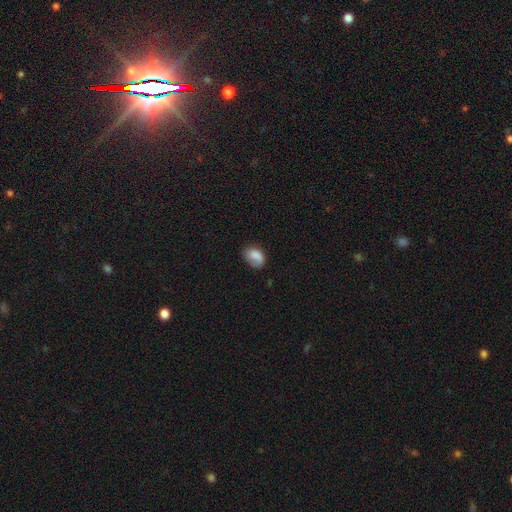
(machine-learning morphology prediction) Smooth or featured? Predicted: smooth (p=0.79). How rounded? Predicted: in between (p=0.80). Merging? Predicted: none (p=0.56).